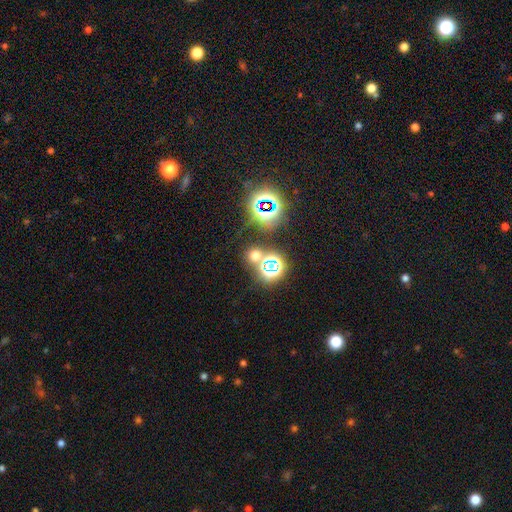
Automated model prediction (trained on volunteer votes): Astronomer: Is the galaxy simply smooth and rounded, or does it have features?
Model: smooth — 47% (runner-up: star or artifact, 46%).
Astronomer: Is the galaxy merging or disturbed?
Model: none — 69%.